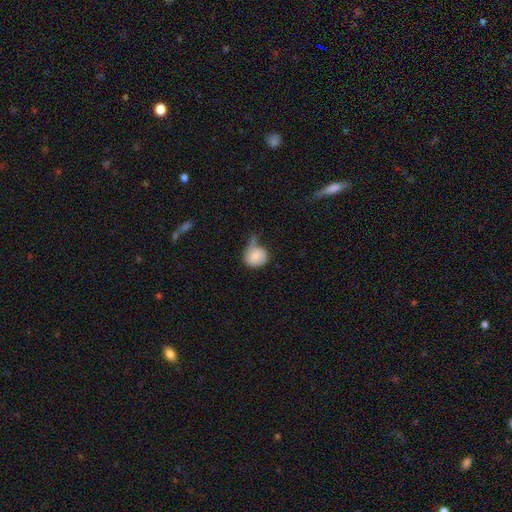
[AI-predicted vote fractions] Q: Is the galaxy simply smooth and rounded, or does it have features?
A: smooth — 81%.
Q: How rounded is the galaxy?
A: round — 78%.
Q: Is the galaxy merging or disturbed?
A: minor disturbance — 39%.